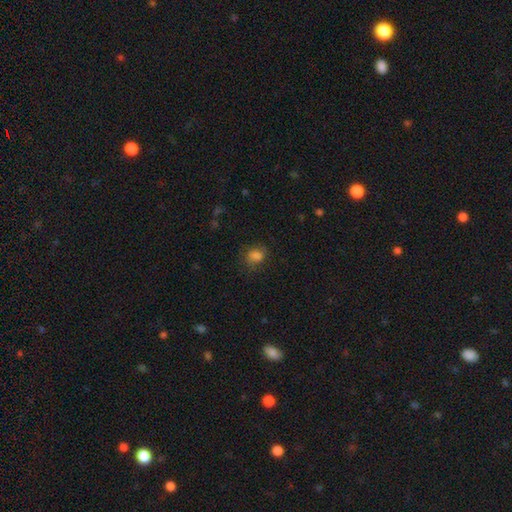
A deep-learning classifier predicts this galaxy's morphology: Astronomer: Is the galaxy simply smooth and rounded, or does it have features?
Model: smooth — 79%.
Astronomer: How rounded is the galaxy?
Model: in between — 50% (runner-up: round, 49%).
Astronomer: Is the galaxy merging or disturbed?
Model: none — 66%.